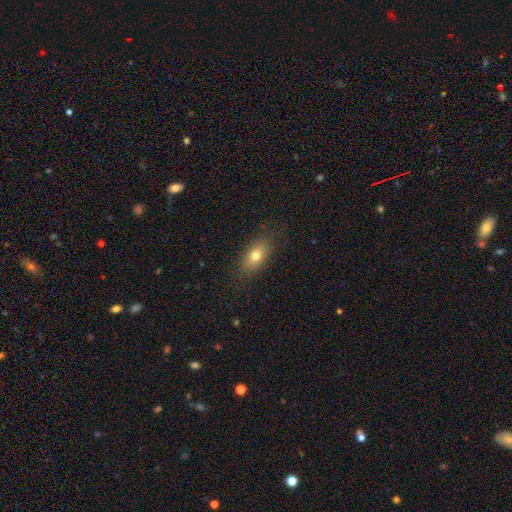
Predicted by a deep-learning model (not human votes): Q: Smooth or featured?
A: smooth (76%); runner-up: featured or disk (15%)
Q: How rounded?
A: in between (85%); runner-up: round (9%)
Q: Merging?
A: none (83%); runner-up: minor disturbance (12%)